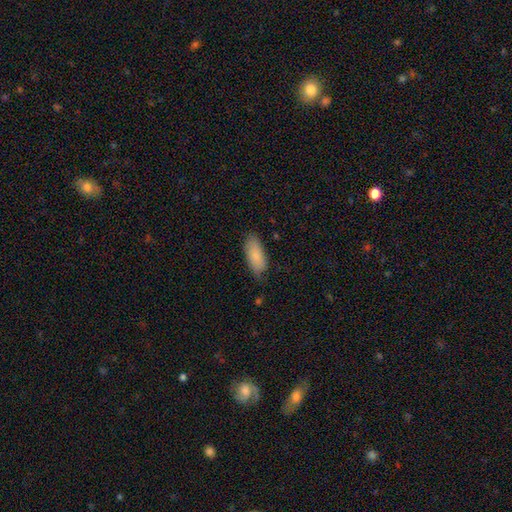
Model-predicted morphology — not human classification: Overall: smooth (84%). How rounded: in between (84%). Merging: none (76%).